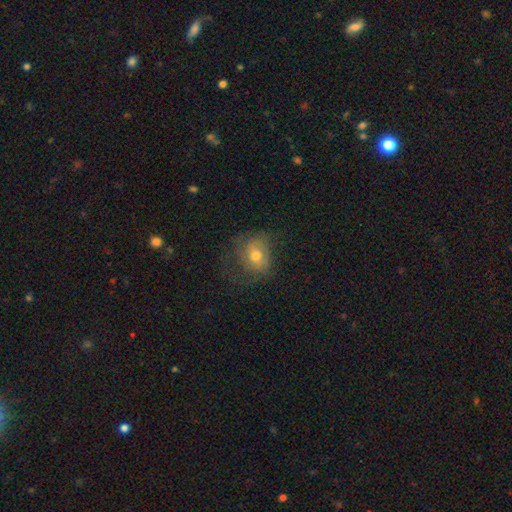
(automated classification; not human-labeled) smooth 59%, featured or disk 30%, star or artifact 11%. Down the decision tree: how rounded — round (57%); merging — none (51%).